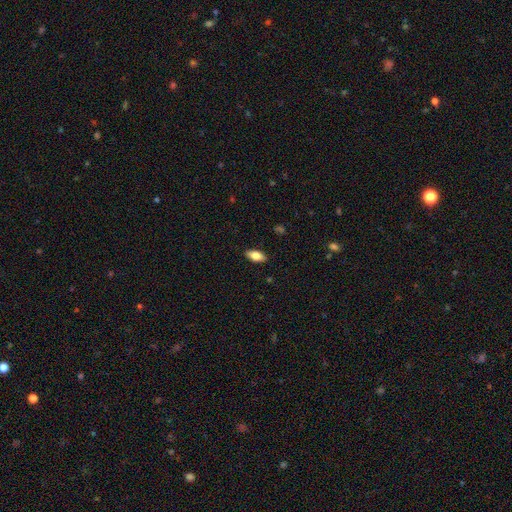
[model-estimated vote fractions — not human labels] Smooth or featured? Predicted: smooth (p=0.78). How rounded? Predicted: in between (p=0.89). Merging? Predicted: none (p=0.88).